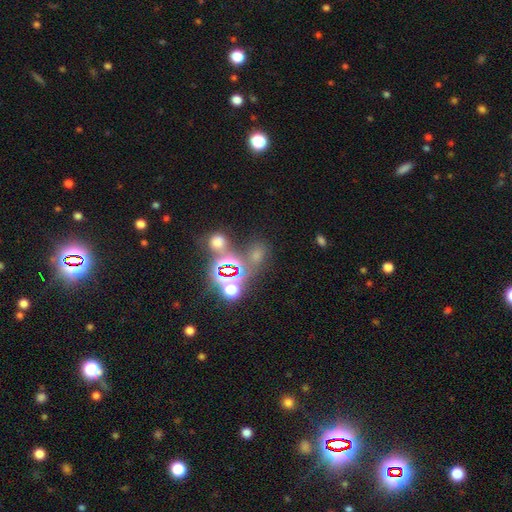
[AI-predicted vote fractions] star or artifact 46%, smooth 44%, featured or disk 9%.